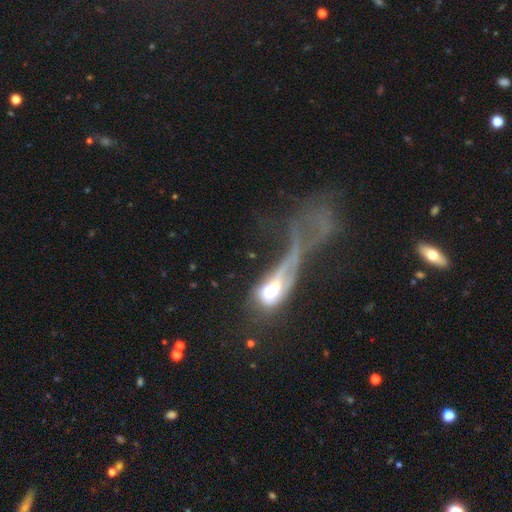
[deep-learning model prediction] This appears to be a featured or disk galaxy (45%). Merging: major disturbance (54%).